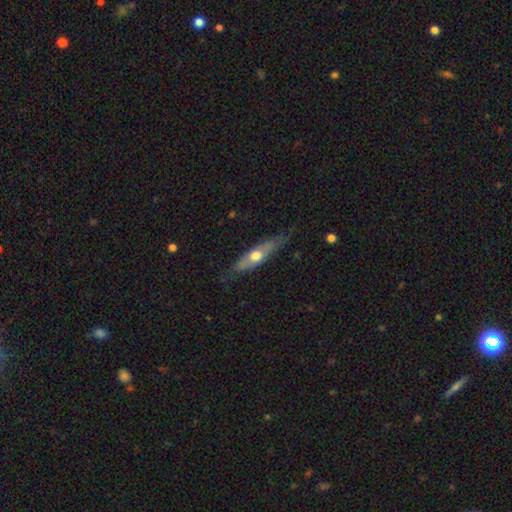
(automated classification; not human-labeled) Morphology: type=featured or disk (48%); merging=none (71%).